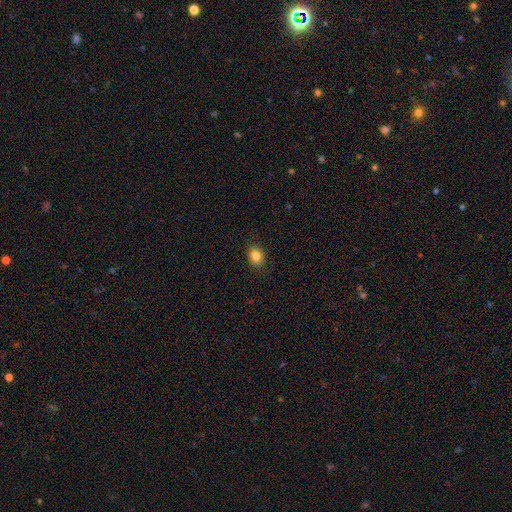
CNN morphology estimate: smooth_or_featured: smooth (p=0.84) [alt: star or artifact p=0.10]
how_rounded: in between (p=0.61) [alt: round p=0.38]
merging: none (p=0.89) [alt: minor disturbance p=0.08]